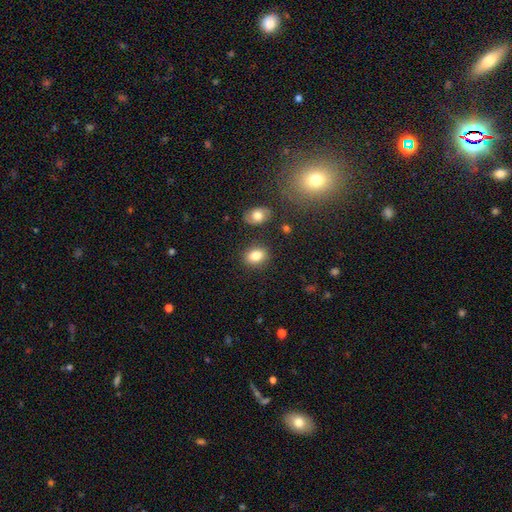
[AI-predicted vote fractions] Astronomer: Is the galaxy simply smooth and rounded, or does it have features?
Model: smooth — 83%.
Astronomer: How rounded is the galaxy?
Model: in between — 69%.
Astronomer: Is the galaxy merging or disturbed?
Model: none — 84%.